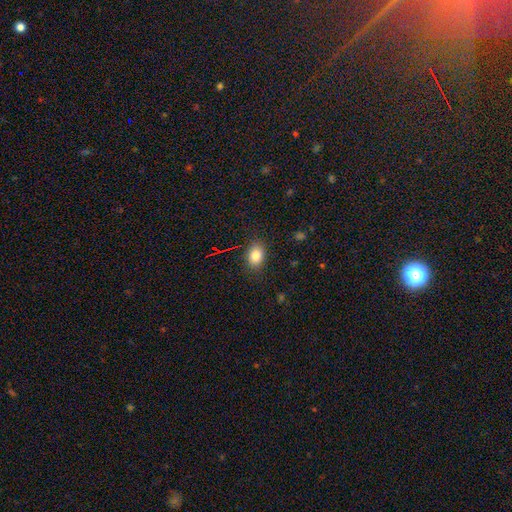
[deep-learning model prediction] Smooth or featured: smooth — 83% (star or artifact — 10%)
How rounded: in between — 77% (round — 22%)
Merging: none — 86% (minor disturbance — 10%)